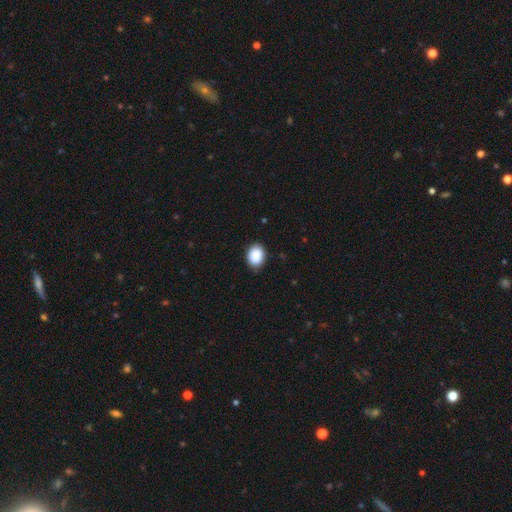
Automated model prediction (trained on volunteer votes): smooth 89%, star or artifact 7%, featured or disk 3%. Down the decision tree: how rounded — in between (60%); merging — none (84%).